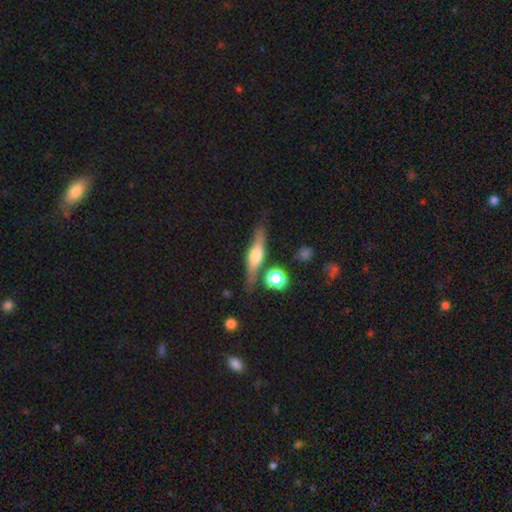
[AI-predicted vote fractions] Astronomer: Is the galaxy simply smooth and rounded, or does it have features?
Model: featured or disk — 62%.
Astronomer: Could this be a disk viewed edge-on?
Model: yes — 93%.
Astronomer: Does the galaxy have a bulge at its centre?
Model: rounded — 82%.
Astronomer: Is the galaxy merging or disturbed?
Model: none — 76%.